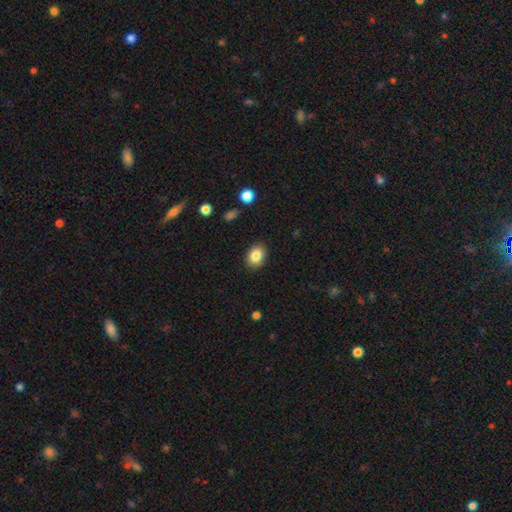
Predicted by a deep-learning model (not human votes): smooth_or_featured: smooth (p=0.85) [alt: star or artifact p=0.08]
how_rounded: in between (p=0.69) [alt: round p=0.30]
merging: none (p=0.88) [alt: minor disturbance p=0.08]